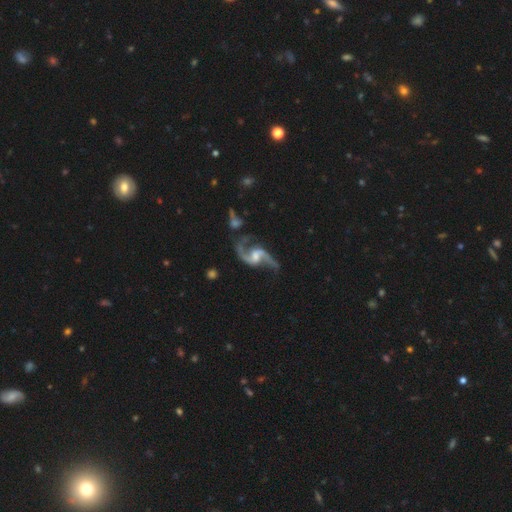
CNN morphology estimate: Smooth or featured: featured or disk — 92% (star or artifact — 5%)
Edge-on disk: no — 98% (yes — 2%)
Bar: weak — 50% (no — 34%)
Spiral arms: yes — 97% (no — 3%)
Spiral winding: loose — 73% (medium — 23%)
Spiral arm count: 2 — 93% (1 — 2%)
Bulge size: moderate — 42% (small — 32%)
Merging: none — 57% (minor disturbance — 18%)